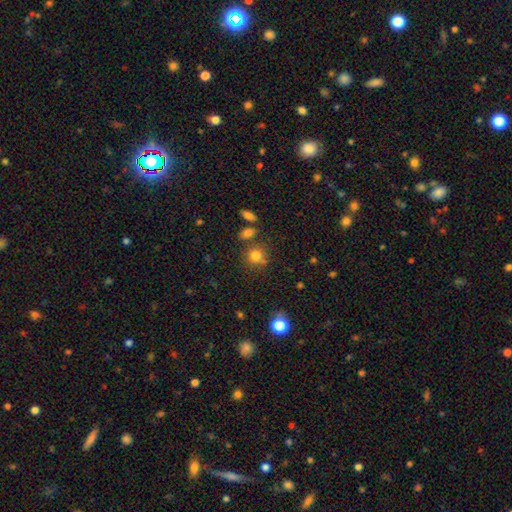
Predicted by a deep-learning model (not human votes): A smooth galaxy with no disk features (78%) that is round (83%).

Vote fractions:
- Smooth or featured? smooth: 78% / star or artifact: 14% / featured or disk: 8%
- How rounded? round: 83% / in between: 16% / cigar-shaped: 1%
- Merging? none: 70% / merger: 14% / minor disturbance: 12% / major disturbance: 4%